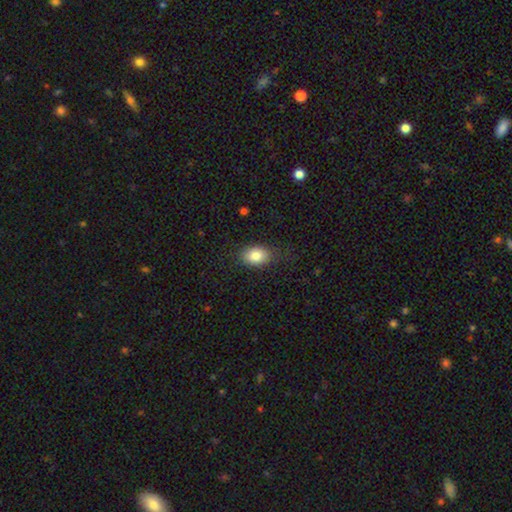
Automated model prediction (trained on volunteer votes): Smooth or featured: smooth — 84% (star or artifact — 8%)
How rounded: in between — 78% (round — 21%)
Merging: none — 80% (minor disturbance — 15%)